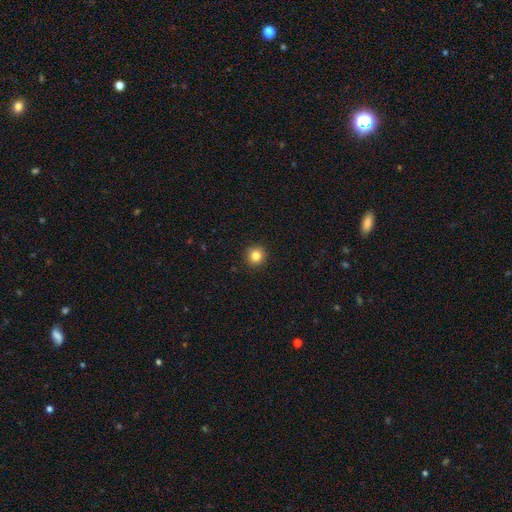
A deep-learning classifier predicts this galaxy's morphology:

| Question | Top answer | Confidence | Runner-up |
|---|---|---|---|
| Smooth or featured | smooth | 84% | star or artifact (11%) |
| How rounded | round | 95% | in between (4%) |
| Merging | none | 93% | minor disturbance (5%) |